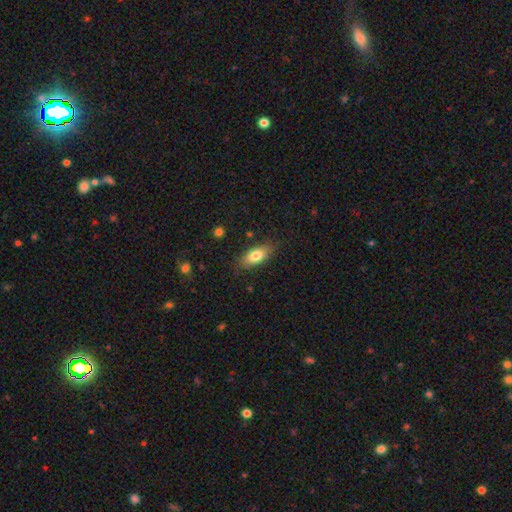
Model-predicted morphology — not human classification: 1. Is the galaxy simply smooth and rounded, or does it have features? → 78% smooth, 15% featured or disk, 7% star or artifact.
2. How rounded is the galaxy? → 82% in between, 15% cigar-shaped, 3% round.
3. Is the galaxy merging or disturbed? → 82% none, 14% minor disturbance, 3% major disturbance, 1% merger.